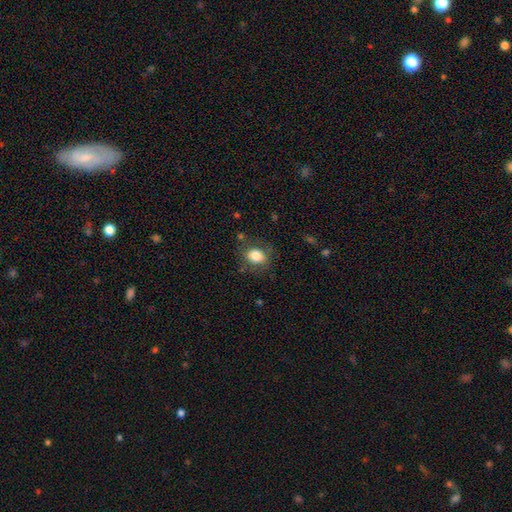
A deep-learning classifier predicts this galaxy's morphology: This appears to be a smooth galaxy with no disk features (80%) that is in between round and cigar-shaped (53%). Merging: none (75%).